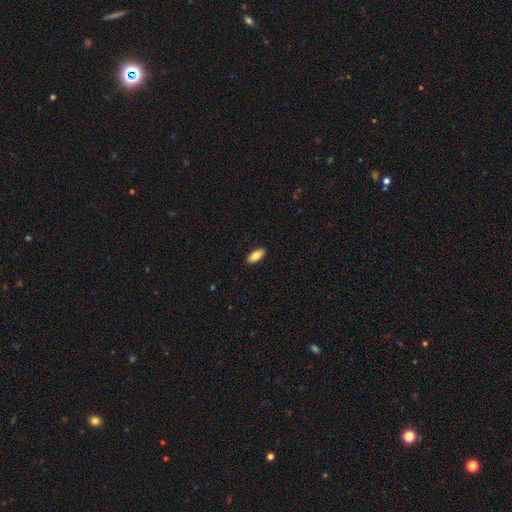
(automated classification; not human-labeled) A smooth galaxy with no disk features (83%) that is in between round and cigar-shaped (89%). Merging: none (90%).